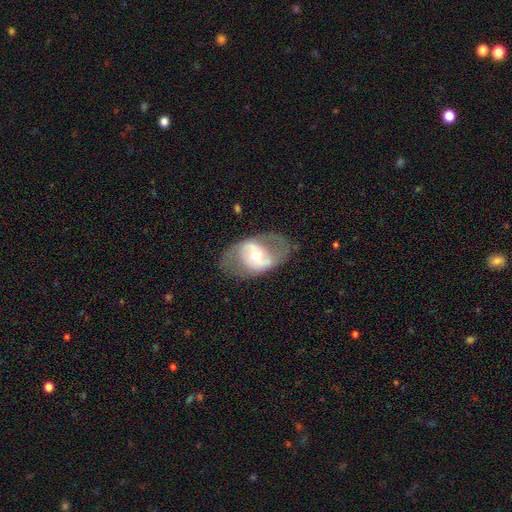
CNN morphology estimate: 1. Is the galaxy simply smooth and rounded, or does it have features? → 73% featured or disk, 21% smooth, 6% star or artifact.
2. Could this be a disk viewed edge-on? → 94% no, 6% yes.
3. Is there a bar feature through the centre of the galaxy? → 38% weak, 31% no, 31% strong.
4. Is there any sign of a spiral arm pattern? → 64% yes, 36% no.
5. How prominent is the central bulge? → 63% moderate, 23% small, 11% large, 1% dominant, 1% none.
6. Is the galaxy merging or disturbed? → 68% none, 17% minor disturbance, 14% major disturbance, 1% merger.